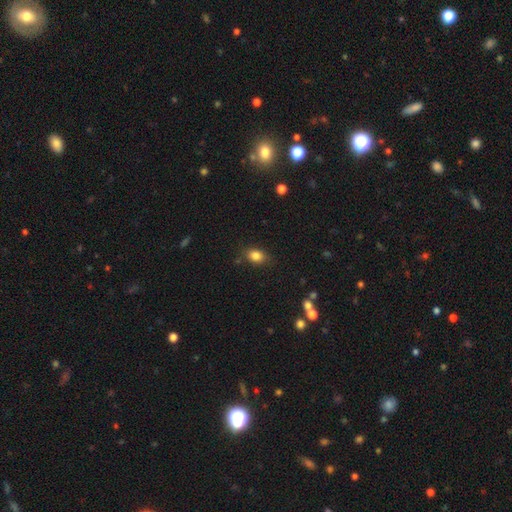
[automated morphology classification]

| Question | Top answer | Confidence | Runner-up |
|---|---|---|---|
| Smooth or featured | smooth | 84% | star or artifact (10%) |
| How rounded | in between | 72% | round (27%) |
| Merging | none | 80% | minor disturbance (14%) |